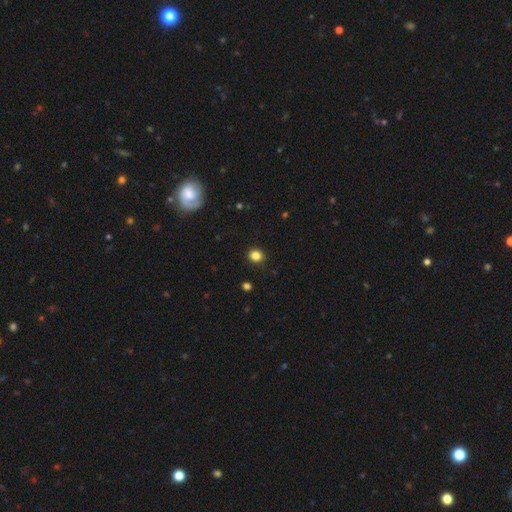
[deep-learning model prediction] Q: Smooth or featured?
A: smooth (84%); runner-up: star or artifact (12%)
Q: How rounded?
A: round (84%); runner-up: in between (15%)
Q: Merging?
A: none (91%); runner-up: minor disturbance (6%)